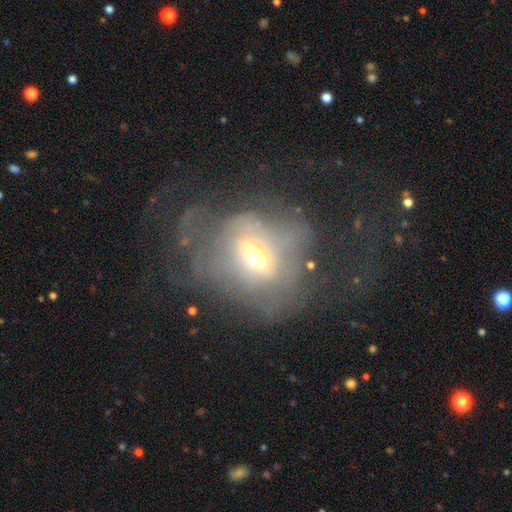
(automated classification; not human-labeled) A featured or disk galaxy (45%). Merging: major disturbance (46%).